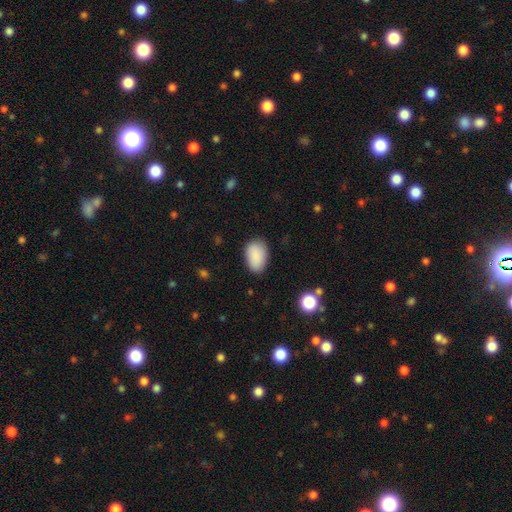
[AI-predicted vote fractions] A smooth galaxy with no disk features (89%) that is in between round and cigar-shaped (91%).

Vote fractions:
- Smooth or featured? smooth: 89% / star or artifact: 7% / featured or disk: 4%
- How rounded? in between: 91% / round: 8% / cigar-shaped: 1%
- Merging? none: 81% / minor disturbance: 14% / major disturbance: 3% / merger: 1%